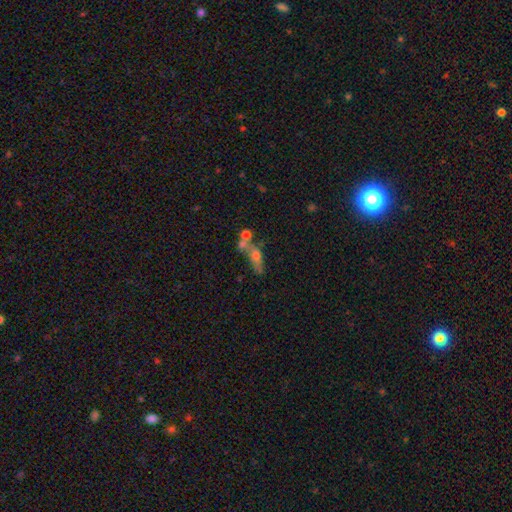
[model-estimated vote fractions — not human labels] A smooth galaxy with no disk features (49%). Merging: merger (40%).